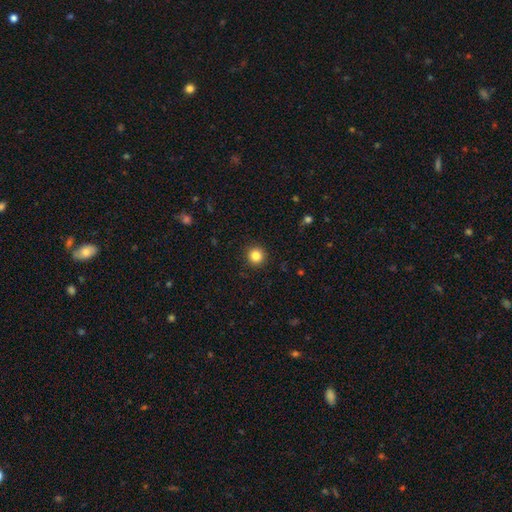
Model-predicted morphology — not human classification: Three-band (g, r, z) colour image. It shows a smooth galaxy with no disk features (84%) that is round (95%). Merging: none (93%).